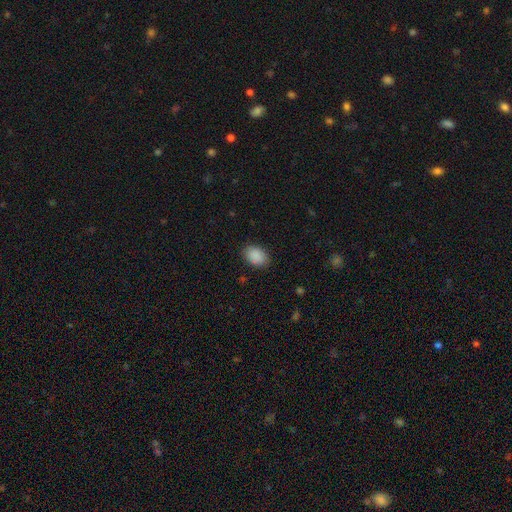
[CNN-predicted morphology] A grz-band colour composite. It shows a smooth galaxy with no disk features (89%) that is in between round and cigar-shaped (84%). Merging: none (86%).